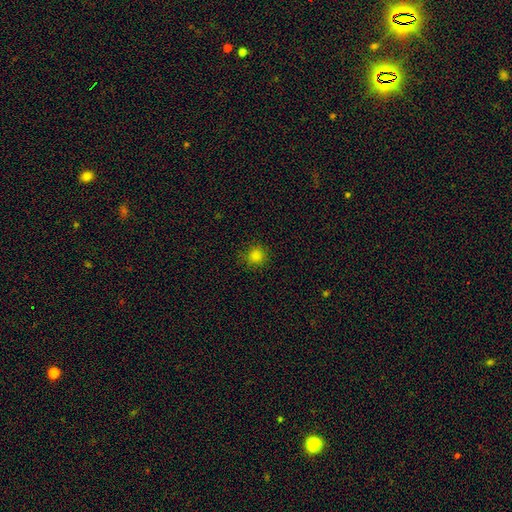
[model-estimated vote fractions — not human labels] Morphology: type=smooth (81%); roundness=round (91%); merging=none (87%).